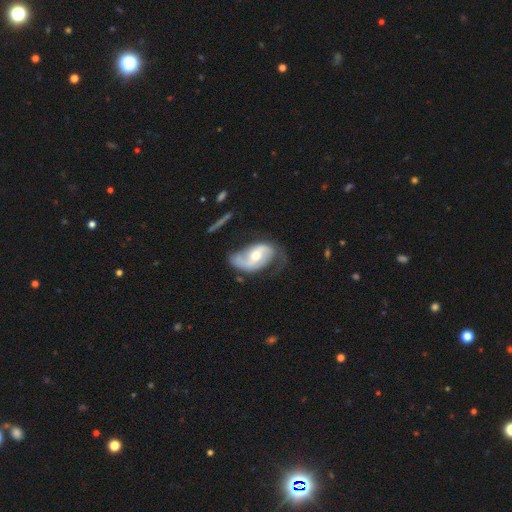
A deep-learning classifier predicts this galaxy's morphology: A featured or disk galaxy (79%) with a weak bar (39%, tied with no), 2 (80%) loose (53%) spiral arms (90%) and a moderate central bulge (65%). Merging: none (50%).